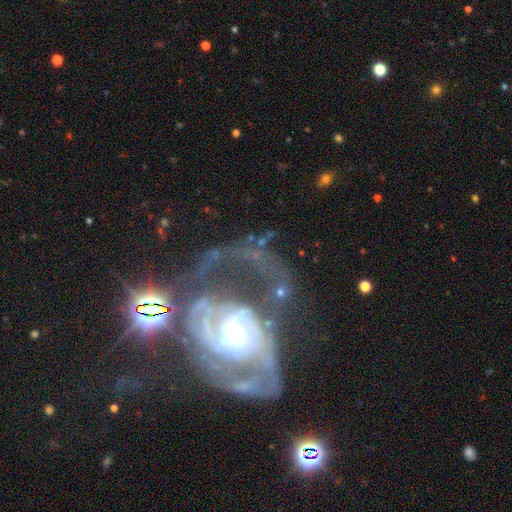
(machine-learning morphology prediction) smooth_or_featured: featured or disk (p=0.85) [alt: star or artifact p=0.09]
disk_edge_on: no (p=0.97) [alt: yes p=0.03]
bar: no (p=0.49) [alt: weak p=0.35]
has_spiral_arms: yes (p=0.92) [alt: no p=0.08]
spiral_winding: medium (p=0.42) [alt: tight p=0.36]
spiral_arm_count: 2 (p=0.49) [alt: can't tell p=0.22]
bulge_size: moderate (p=0.53) [alt: small p=0.38]
merging: major disturbance (p=0.44) [alt: none p=0.29]